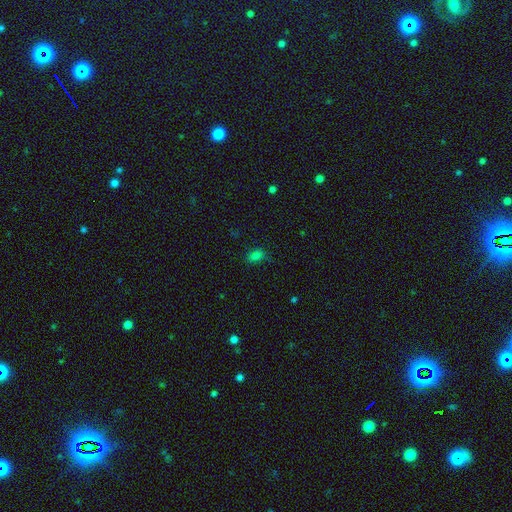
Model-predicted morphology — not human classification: smooth 77%, star or artifact 18%, featured or disk 5%. Down the decision tree: how rounded — in between (82%); merging — none (79%).